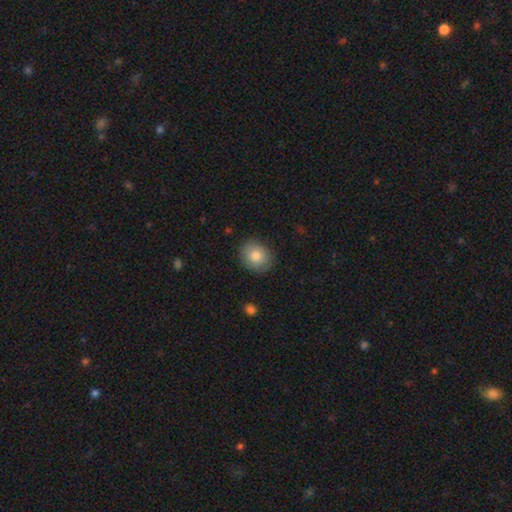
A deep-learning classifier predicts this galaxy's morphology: Q: Smooth or featured?
A: smooth (82%); runner-up: featured or disk (10%)
Q: How rounded?
A: round (62%); runner-up: in between (37%)
Q: Merging?
A: none (86%); runner-up: minor disturbance (10%)